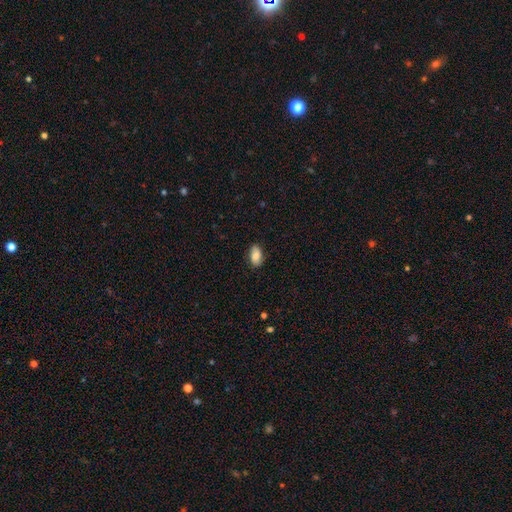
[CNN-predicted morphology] Smooth or featured: smooth — 79% (featured or disk — 14%)
How rounded: in between — 91% (round — 6%)
Merging: none — 82% (minor disturbance — 14%)